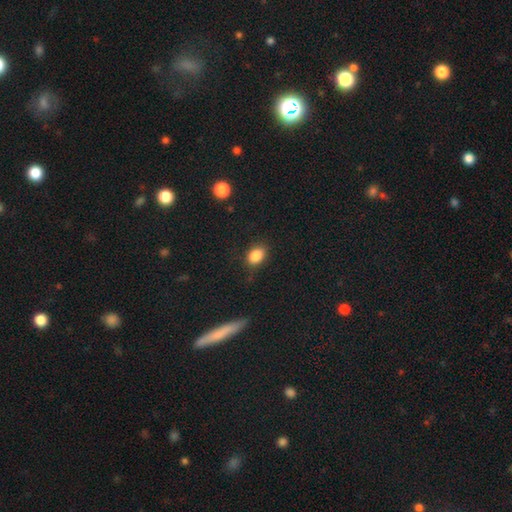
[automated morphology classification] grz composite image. It shows a smooth galaxy with no disk features (86%) that is in between round and cigar-shaped (74%). Merging: none (81%).